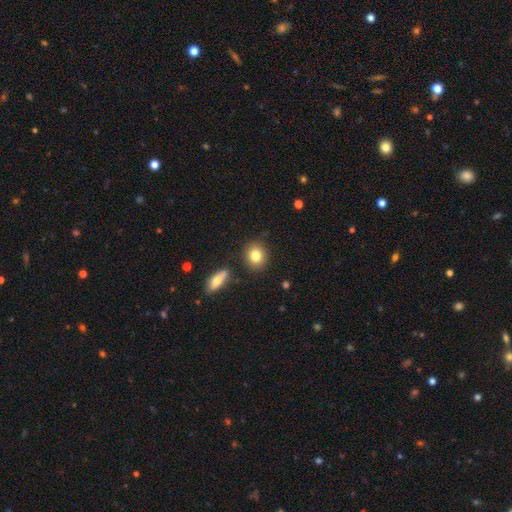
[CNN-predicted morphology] smooth-or-featured: smooth: 81% | featured or disk: 10% | star or artifact: 9%
  how-rounded: round: 72% | in between: 26% | cigar-shaped: 2%
  merging: none: 84% | minor disturbance: 9% | merger: 5% | major disturbance: 2%